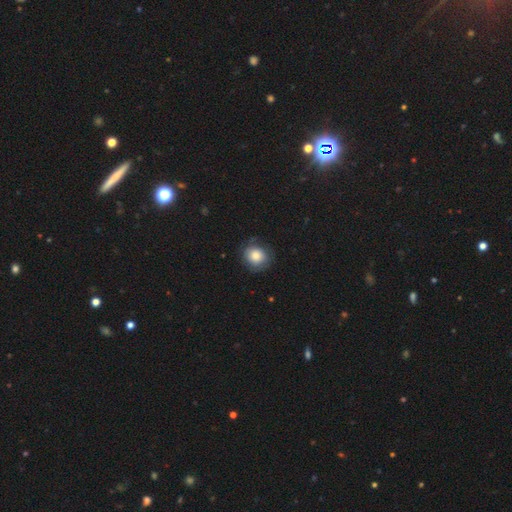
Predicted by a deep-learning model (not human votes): Morphology: type=smooth (78%); roundness=round (81%); merging=none (77%).